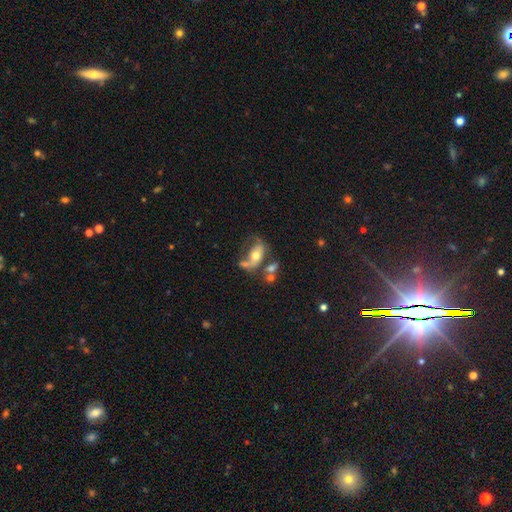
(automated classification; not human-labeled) Q: Smooth or featured?
A: smooth (49%); runner-up: featured or disk (43%)
Q: Merging?
A: none (29%); runner-up: merger (28%)